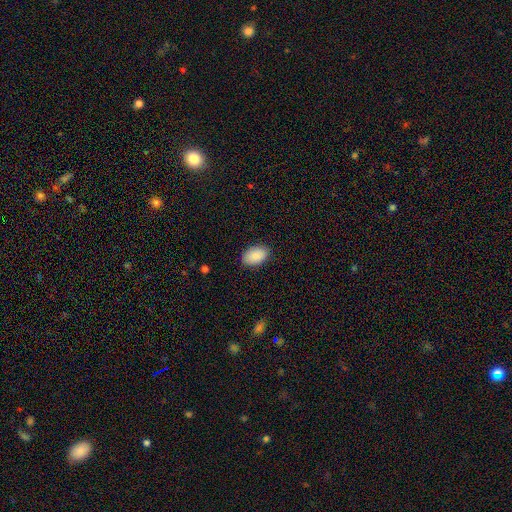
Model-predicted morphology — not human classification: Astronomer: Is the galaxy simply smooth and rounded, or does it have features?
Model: smooth — 90%.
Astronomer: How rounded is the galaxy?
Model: in between — 93%.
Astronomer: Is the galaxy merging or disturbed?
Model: none — 87%.